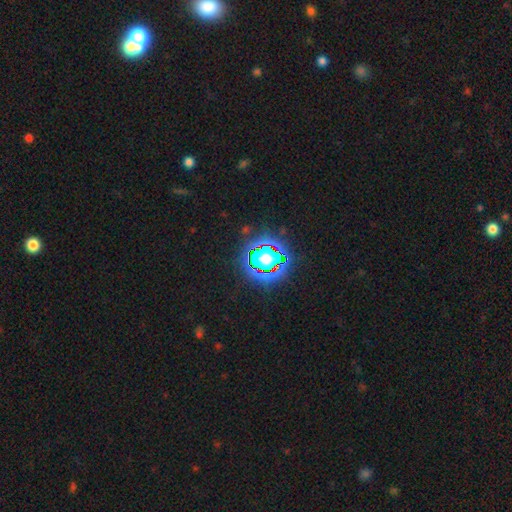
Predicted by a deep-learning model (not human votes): This appears to be a star or artifact, not a galaxy (73%).